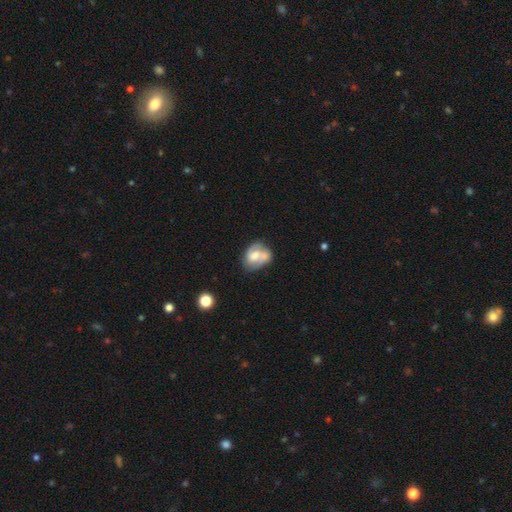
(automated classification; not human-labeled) This appears to be a featured or disk galaxy (49%). Merging: none (39%).